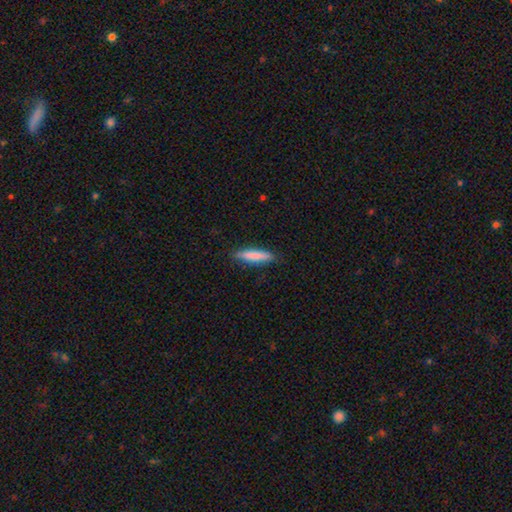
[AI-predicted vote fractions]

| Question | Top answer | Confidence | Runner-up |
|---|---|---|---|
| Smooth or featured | smooth | 82% | featured or disk (12%) |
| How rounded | cigar-shaped | 82% | in between (17%) |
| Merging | none | 86% | minor disturbance (11%) |